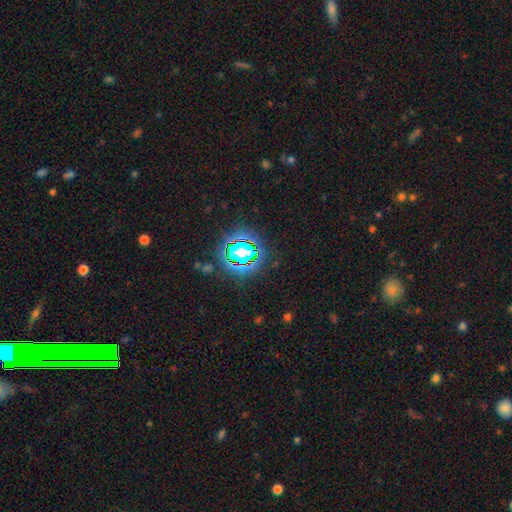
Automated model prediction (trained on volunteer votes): This appears to be a star or artifact, not a galaxy (82%).